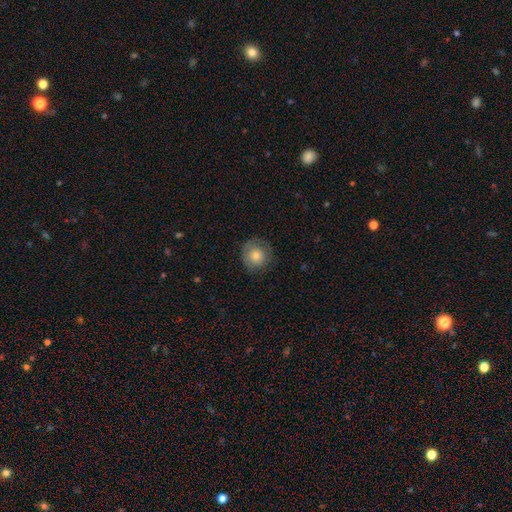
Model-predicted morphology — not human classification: Q: Smooth or featured?
A: smooth (68%); runner-up: featured or disk (24%)
Q: How rounded?
A: round (89%); runner-up: in between (10%)
Q: Merging?
A: none (78%); runner-up: minor disturbance (16%)